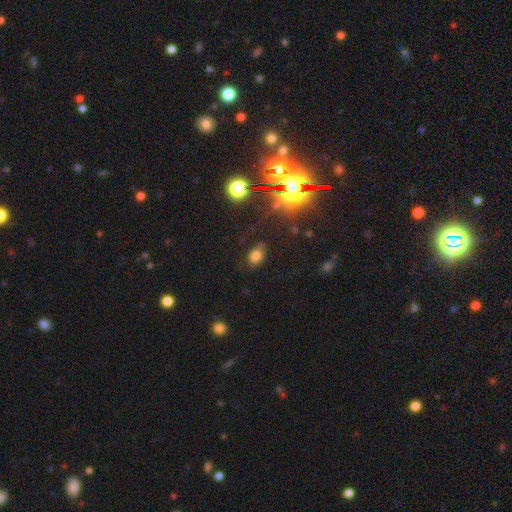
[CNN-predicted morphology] Smooth or featured: smooth — 69% (star or artifact — 22%)
How rounded: in between — 69% (round — 29%)
Merging: none — 74% (minor disturbance — 18%)